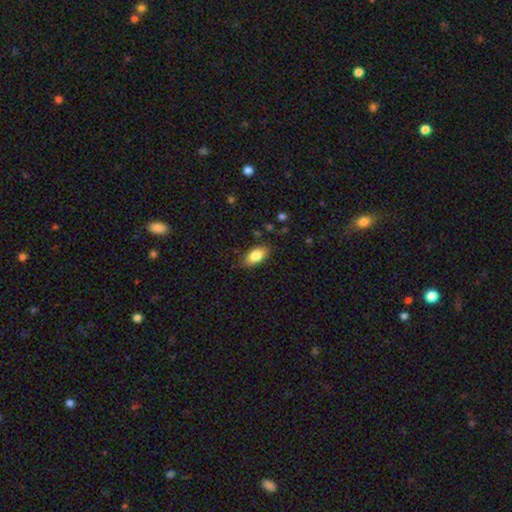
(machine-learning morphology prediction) smooth-or-featured: smooth: 83% | featured or disk: 10% | star or artifact: 7%
  how-rounded: in between: 91% | round: 5% | cigar-shaped: 4%
  merging: none: 82% | minor disturbance: 14% | major disturbance: 3% | merger: 1%